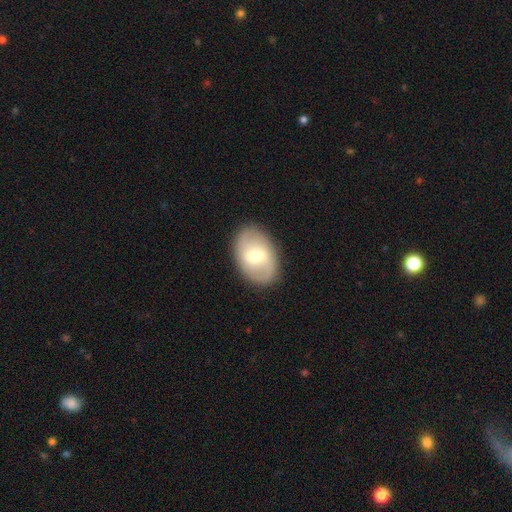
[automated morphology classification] Smooth or featured? featured or disk (50%)
Edge-on disk? no (93%)
Merging? none (87%)